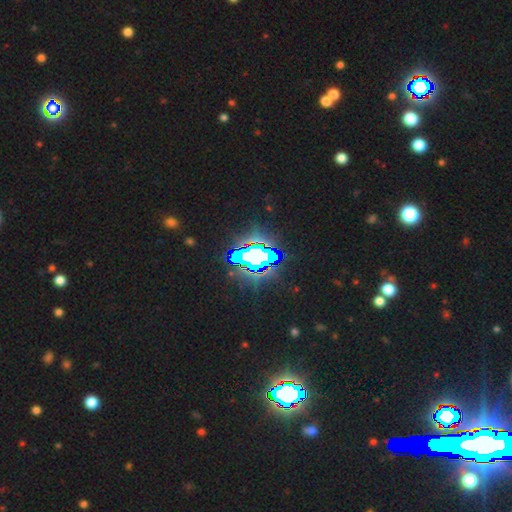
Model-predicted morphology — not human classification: Smooth or featured: star or artifact — 70% (smooth — 15%)